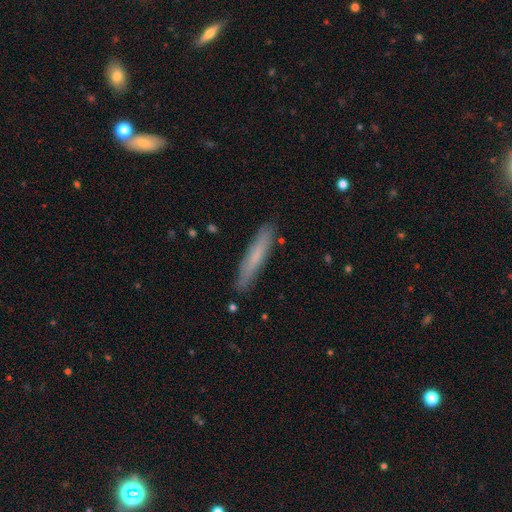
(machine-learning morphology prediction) smooth-or-featured: smooth: 66% | featured or disk: 28% | star or artifact: 7%
  how-rounded: cigar-shaped: 93% | in between: 6% | round: 1%
  merging: none: 87% | minor disturbance: 9% | major disturbance: 2% | merger: 1%